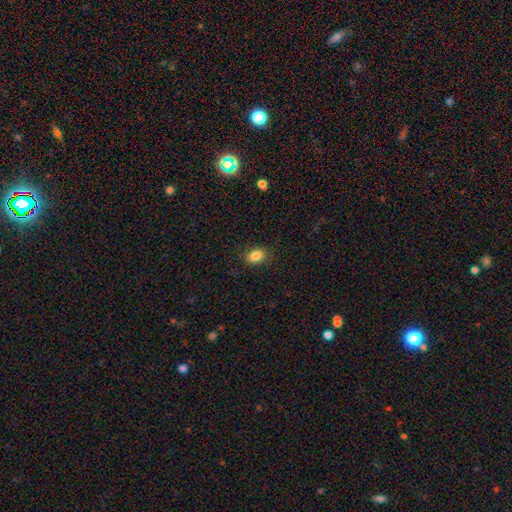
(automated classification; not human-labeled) A smooth galaxy with no disk features (86%) that is in between round and cigar-shaped (82%). Merging: none (86%).